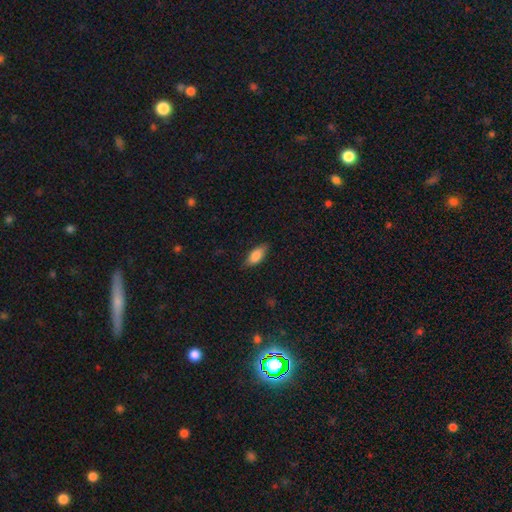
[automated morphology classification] A smooth galaxy with no disk features (84%) that is in between round and cigar-shaped (84%).

Vote fractions:
- Smooth or featured? smooth: 84% / featured or disk: 10% / star or artifact: 7%
- How rounded? in between: 84% / cigar-shaped: 13% / round: 3%
- Merging? none: 79% / minor disturbance: 17% / major disturbance: 3% / merger: 1%